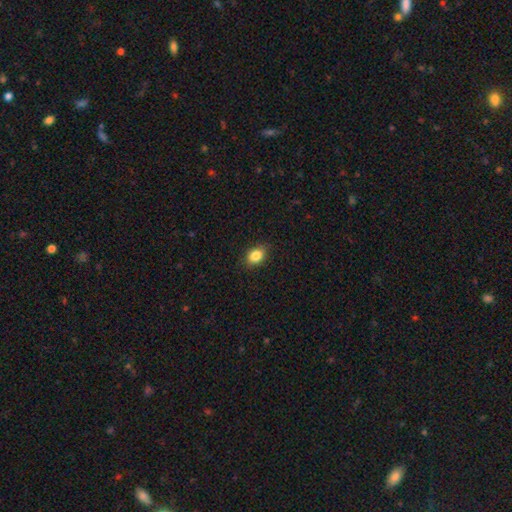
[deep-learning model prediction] The model was most divided on "how rounded": in between: 69%, round: 30%, cigar-shaped: 1%. More confident: merging — none (87%); smooth or featured — smooth (85%).